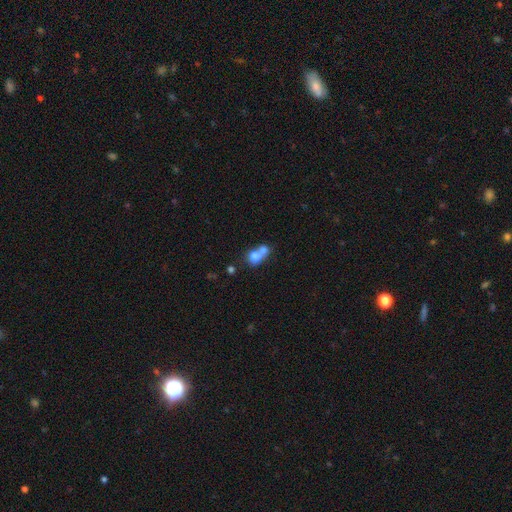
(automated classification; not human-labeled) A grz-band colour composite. It shows a smooth galaxy with no disk features (71%) that is round (63%). Merging: merger (68%).